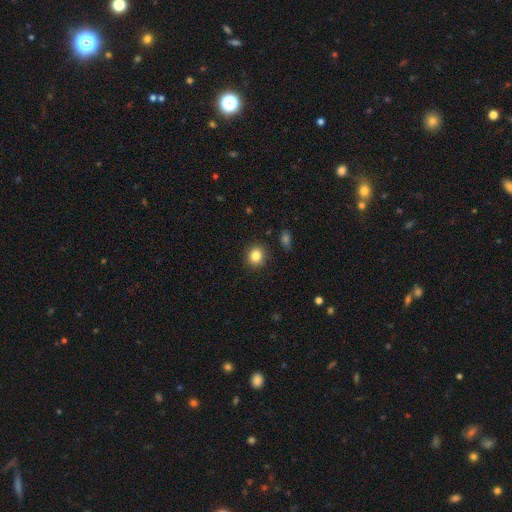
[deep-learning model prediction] Morphology: type=smooth (84%); roundness=round (80%); merging=none (88%).